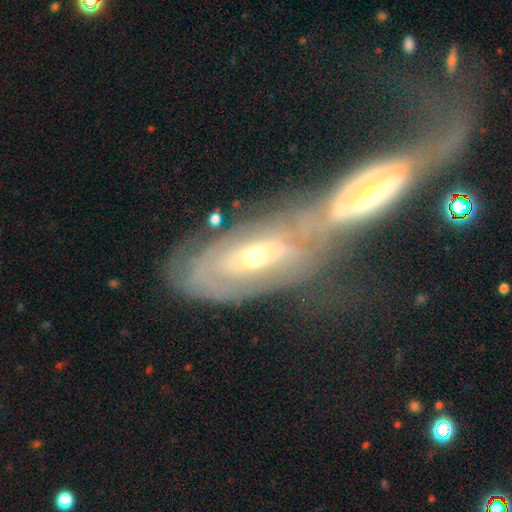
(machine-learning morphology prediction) featured or disk 69%, smooth 25%, star or artifact 7%. Down the decision tree: edge-on disk — no (86%); bar — no (56%); spiral arms — yes (60%); bulge size — moderate (63%); merging — merger (56%).